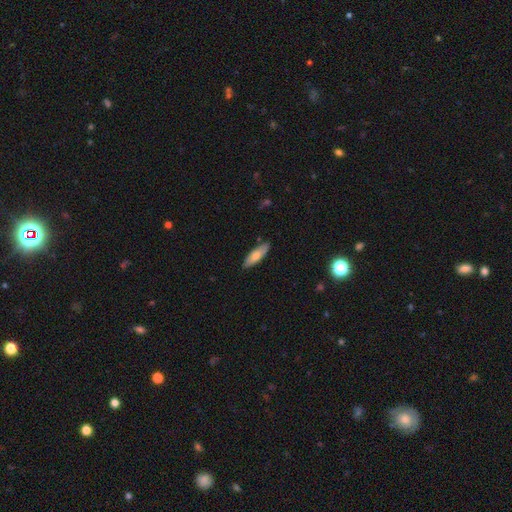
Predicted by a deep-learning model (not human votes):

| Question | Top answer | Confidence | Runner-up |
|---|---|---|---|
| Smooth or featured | smooth | 66% | featured or disk (28%) |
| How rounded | cigar-shaped | 51% | in between (47%) |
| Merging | none | 85% | minor disturbance (12%) |